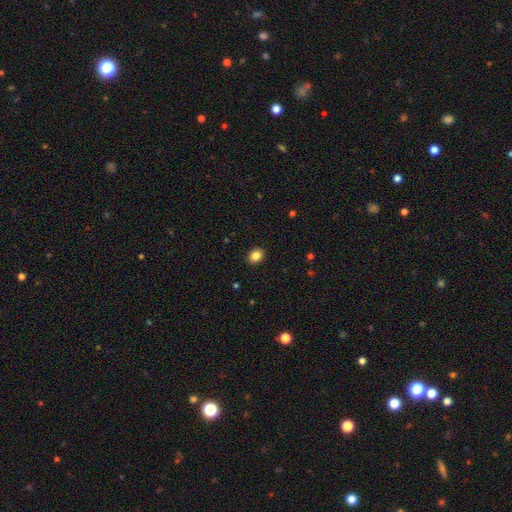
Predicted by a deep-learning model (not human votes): This appears to be a smooth galaxy with no disk features (86%) that is round (51%). Merging: none (91%).